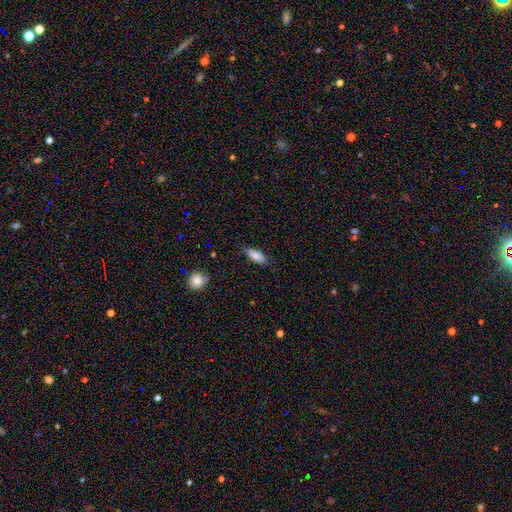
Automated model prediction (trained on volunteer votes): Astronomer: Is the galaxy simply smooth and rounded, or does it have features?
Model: smooth — 82%.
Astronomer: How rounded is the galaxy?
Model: in between — 75%.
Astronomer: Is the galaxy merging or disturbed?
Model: none — 75%.